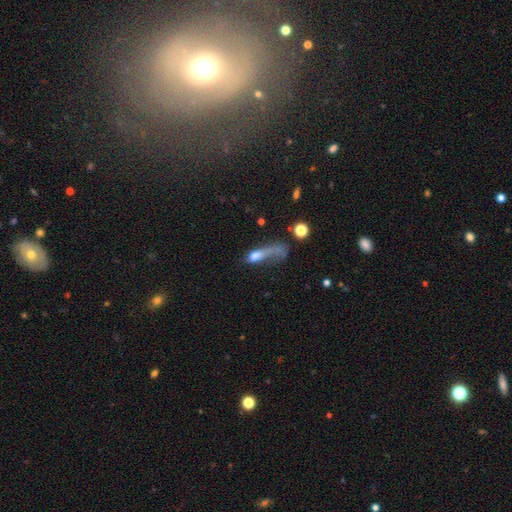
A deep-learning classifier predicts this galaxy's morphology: A smooth galaxy with no disk features (59%) that is in between round and cigar-shaped (47%).

Vote fractions:
- Smooth or featured? smooth: 59% / featured or disk: 30% / star or artifact: 12%
- How rounded? in between: 47% / cigar-shaped: 37% / round: 15%
- Merging? major disturbance: 55% / none: 17% / merger: 15% / minor disturbance: 13%